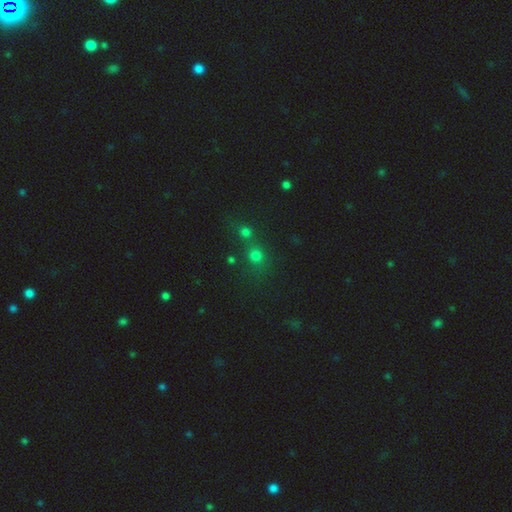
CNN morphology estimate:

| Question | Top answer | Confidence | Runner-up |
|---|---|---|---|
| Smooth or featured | smooth | 65% | star or artifact (27%) |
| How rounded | round | 85% | in between (13%) |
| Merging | none | 52% | merger (36%) |